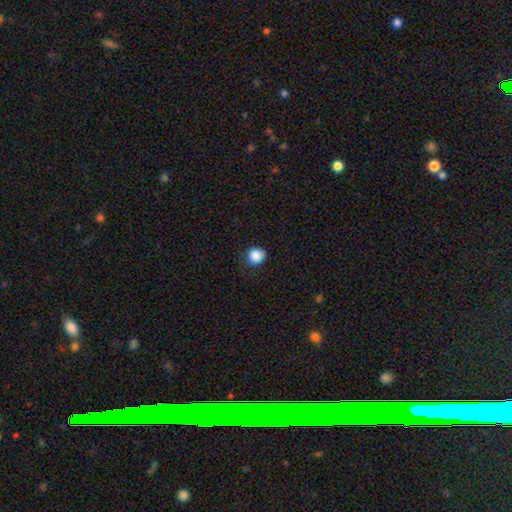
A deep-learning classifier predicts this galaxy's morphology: Smooth or featured? smooth (87%)
How rounded? round (86%)
Merging? none (77%)